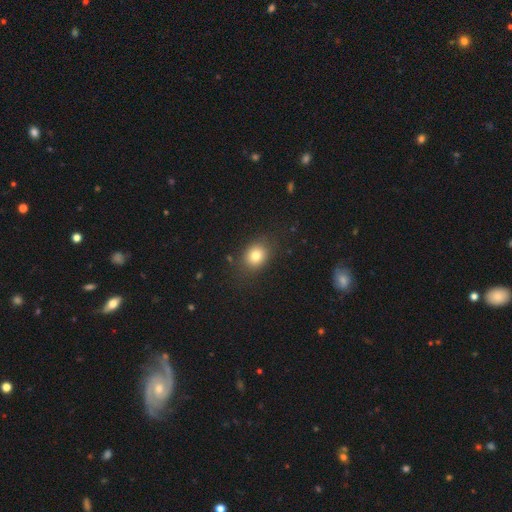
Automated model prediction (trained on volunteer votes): smooth_or_featured: smooth (p=0.79) [alt: star or artifact p=0.11]
how_rounded: round (p=0.52) [alt: in between p=0.47]
merging: none (p=0.82) [alt: minor disturbance p=0.12]